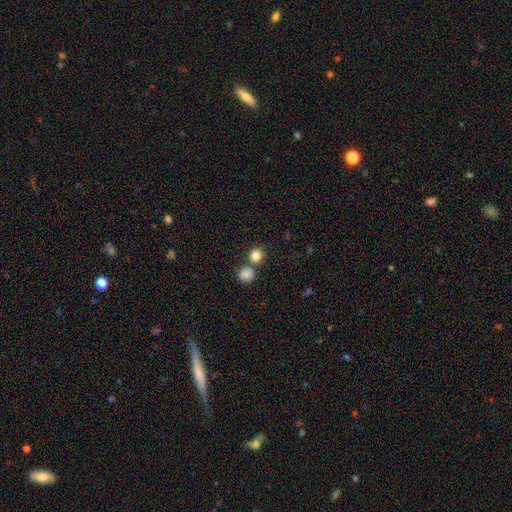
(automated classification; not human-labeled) Overall: smooth (84%). How rounded: round (86%). Merging: none (64%; merger 25%).